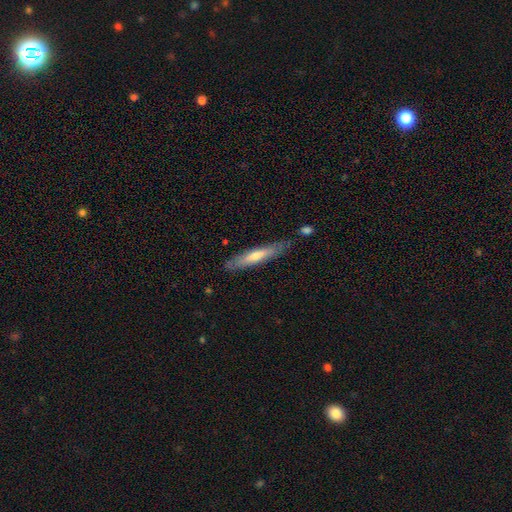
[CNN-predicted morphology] Smooth or featured? Predicted: featured or disk (p=0.50). Edge-on disk? Predicted: yes (p=0.80). Merging? Predicted: none (p=0.77).